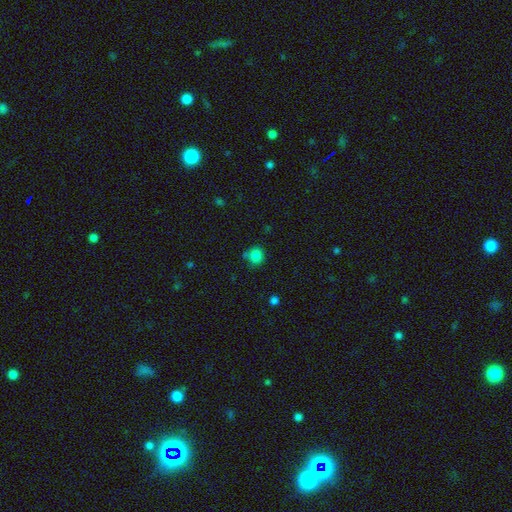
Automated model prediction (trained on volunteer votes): This appears to be a smooth galaxy with no disk features (84%) that is round (85%). Merging: none (72%).